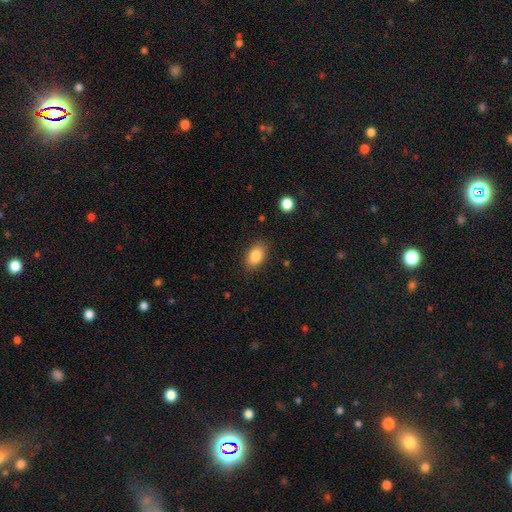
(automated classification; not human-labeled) smooth 85%, star or artifact 8%, featured or disk 7%. Down the decision tree: how rounded — in between (87%); merging — none (86%).